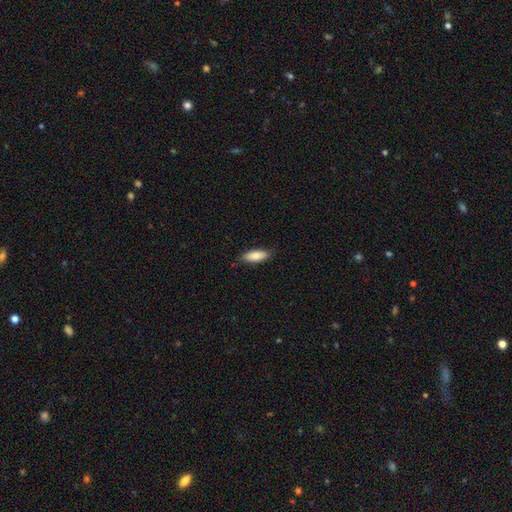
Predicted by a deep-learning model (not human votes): A smooth galaxy with no disk features (86%) that is in between round and cigar-shaped (70%). Merging: none (83%).